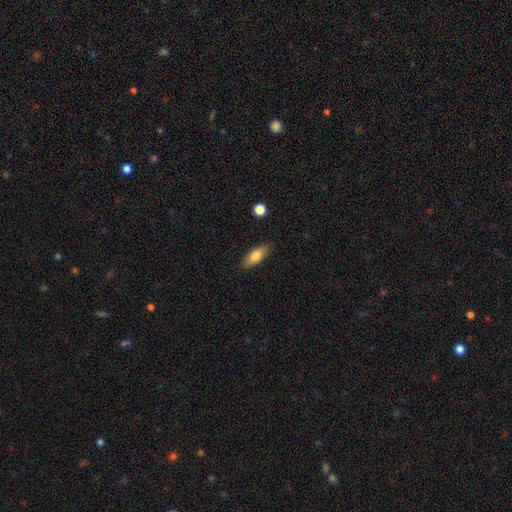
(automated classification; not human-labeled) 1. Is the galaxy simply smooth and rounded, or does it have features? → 78% smooth, 15% featured or disk, 7% star or artifact.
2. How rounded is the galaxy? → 75% in between, 22% cigar-shaped, 3% round.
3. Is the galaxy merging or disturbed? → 86% none, 10% minor disturbance, 2% major disturbance, 1% merger.